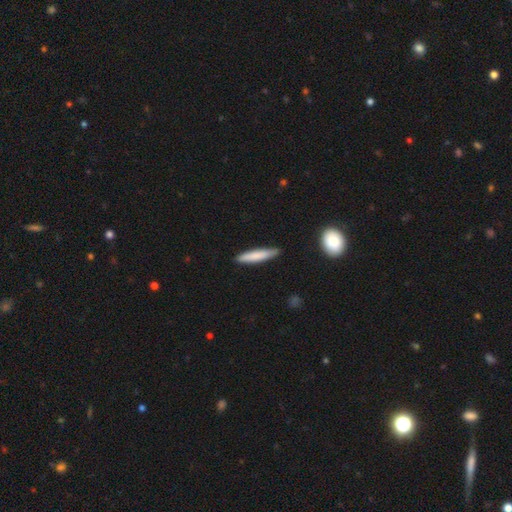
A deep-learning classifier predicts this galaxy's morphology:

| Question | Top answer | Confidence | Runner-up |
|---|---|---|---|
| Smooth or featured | smooth | 77% | featured or disk (17%) |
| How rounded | cigar-shaped | 89% | in between (9%) |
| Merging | none | 86% | minor disturbance (11%) |